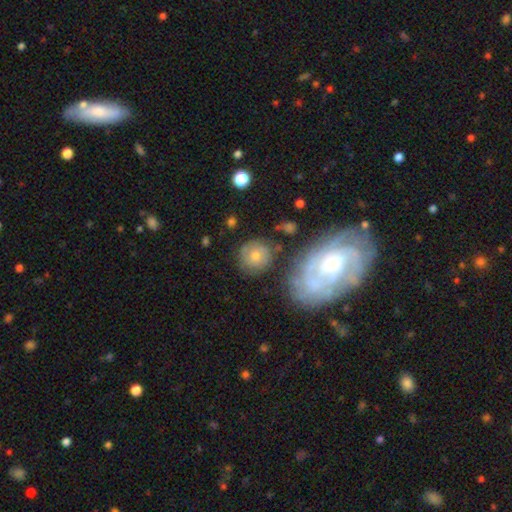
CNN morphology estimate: Overall: smooth (52%; featured or disk 39%). How rounded: round (85%). Merging: none (76%).